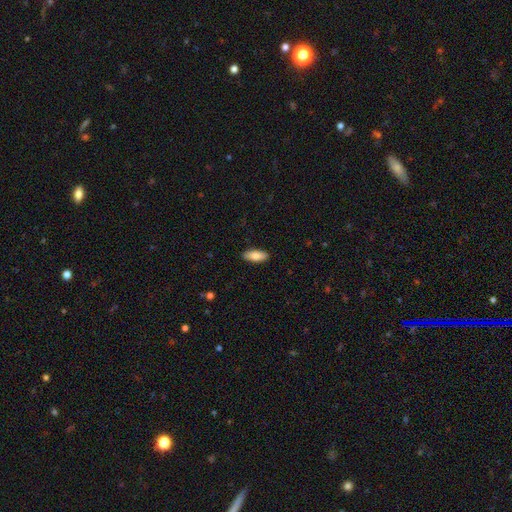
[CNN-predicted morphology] Overall: smooth (84%). How rounded: in between (80%). Merging: none (90%).